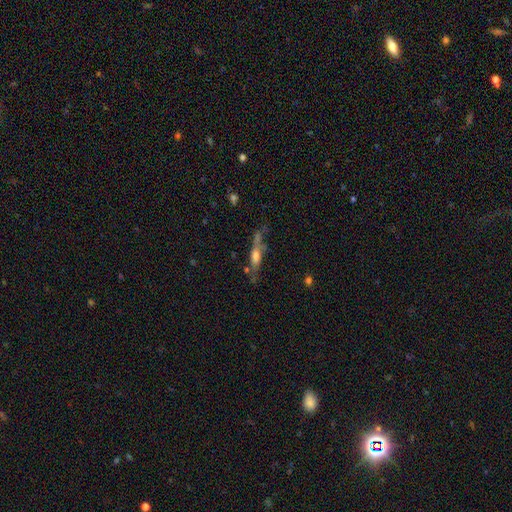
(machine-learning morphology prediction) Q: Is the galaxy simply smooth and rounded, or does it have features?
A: featured or disk — 52%.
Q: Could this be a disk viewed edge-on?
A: yes — 72%.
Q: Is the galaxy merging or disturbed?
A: none — 55%.